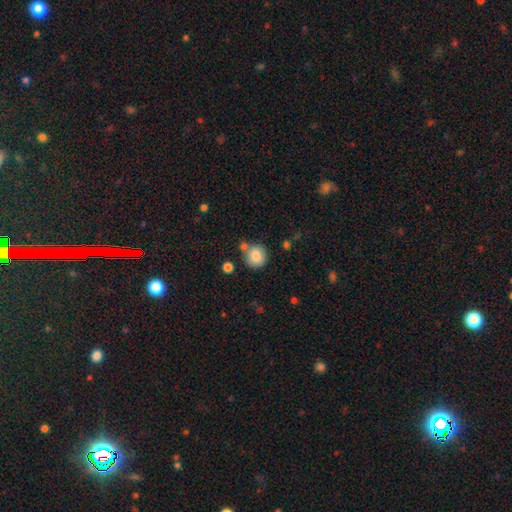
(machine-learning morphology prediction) This is clearly a smooth galaxy (82%). How rounded: clearly round (90%). Merging: likely none (68%).